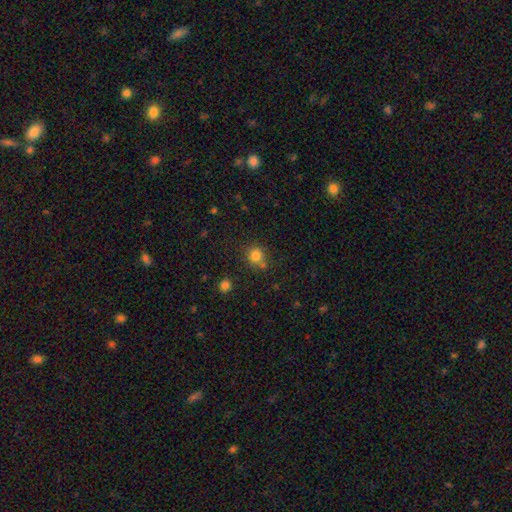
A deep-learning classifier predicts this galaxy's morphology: smooth_or_featured: smooth (p=0.80) [alt: star or artifact p=0.14]
how_rounded: round (p=0.81) [alt: in between p=0.18]
merging: none (p=0.68) [alt: minor disturbance p=0.14]